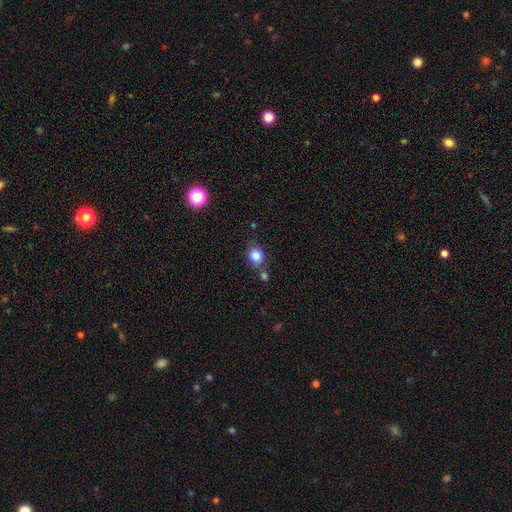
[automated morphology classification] A smooth galaxy with no disk features (82%) that is round (60%).

Vote fractions:
- Smooth or featured? smooth: 82% / star or artifact: 10% / featured or disk: 7%
- How rounded? round: 60% / in between: 39% / cigar-shaped: 1%
- Merging? none: 62% / merger: 19% / minor disturbance: 14% / major disturbance: 4%